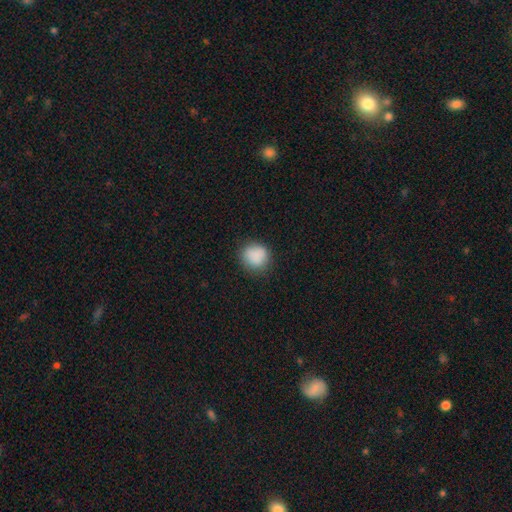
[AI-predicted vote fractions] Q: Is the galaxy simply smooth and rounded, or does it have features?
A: smooth — 87%.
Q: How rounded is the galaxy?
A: round — 82%.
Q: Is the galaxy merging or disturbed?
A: none — 81%.